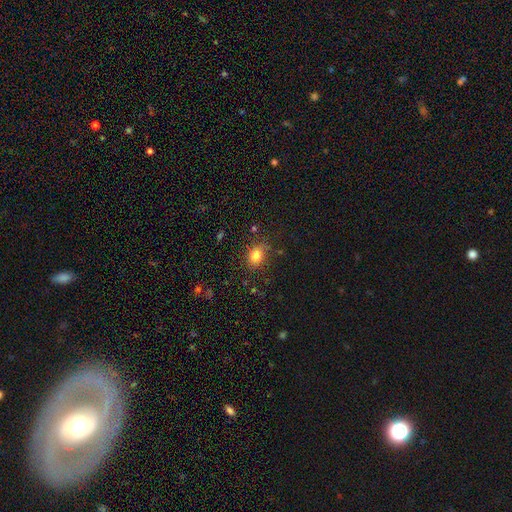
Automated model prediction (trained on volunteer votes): Overall: smooth (81%). How rounded: in between (55%; round 44%). Merging: none (75%).